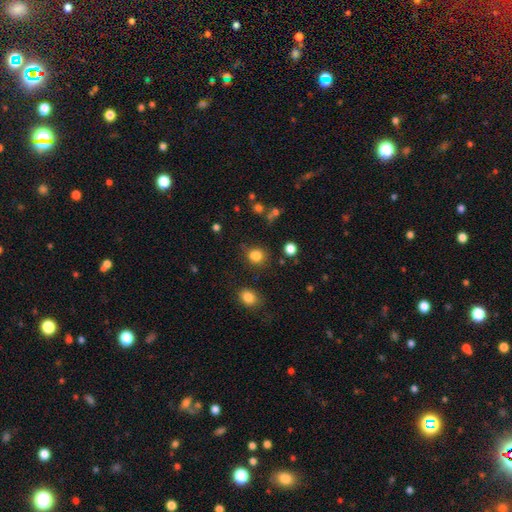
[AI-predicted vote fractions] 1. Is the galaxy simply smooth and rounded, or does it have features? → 83% smooth, 13% star or artifact, 5% featured or disk.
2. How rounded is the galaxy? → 78% round, 21% in between, 1% cigar-shaped.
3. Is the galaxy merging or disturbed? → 79% none, 13% minor disturbance, 5% merger, 4% major disturbance.